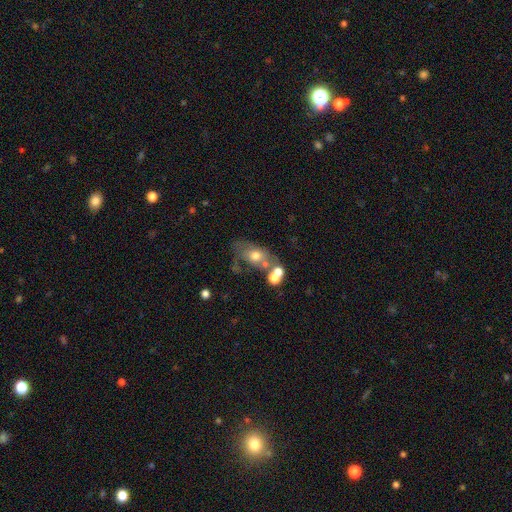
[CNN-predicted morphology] Smooth or featured? smooth (53%)
How rounded? in between (70%)
Merging? none (35%)